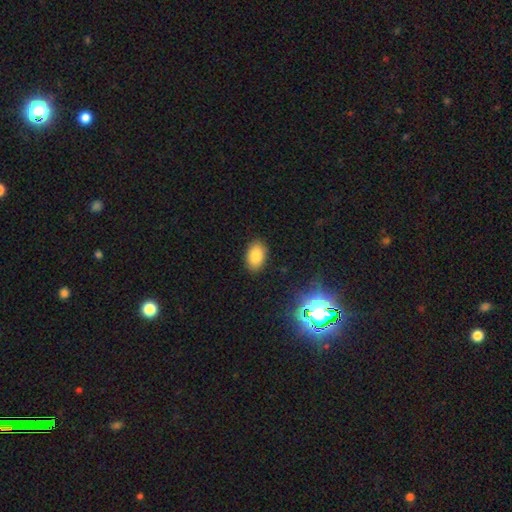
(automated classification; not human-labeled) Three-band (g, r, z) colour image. It shows a smooth galaxy with no disk features (83%) that is in between round and cigar-shaped (88%). Merging: none (88%).